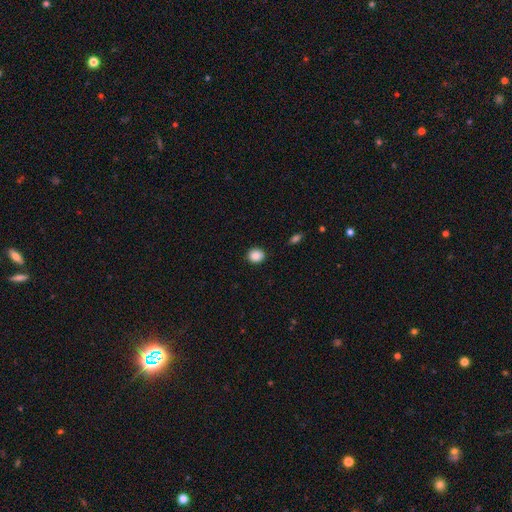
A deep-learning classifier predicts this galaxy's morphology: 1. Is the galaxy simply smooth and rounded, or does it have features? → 88% smooth, 9% star or artifact, 3% featured or disk.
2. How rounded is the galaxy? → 85% round, 14% in between, 1% cigar-shaped.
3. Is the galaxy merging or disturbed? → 91% none, 6% minor disturbance, 2% major disturbance, 1% merger.